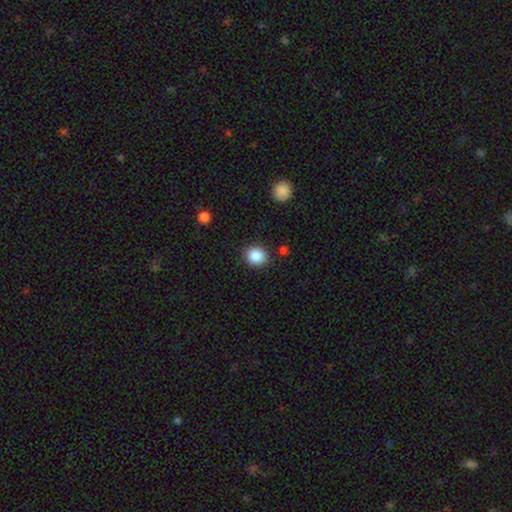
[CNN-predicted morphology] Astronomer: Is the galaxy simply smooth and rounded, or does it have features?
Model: smooth — 88%.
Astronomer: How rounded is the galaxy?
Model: round — 73%.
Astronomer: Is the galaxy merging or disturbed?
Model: none — 86%.